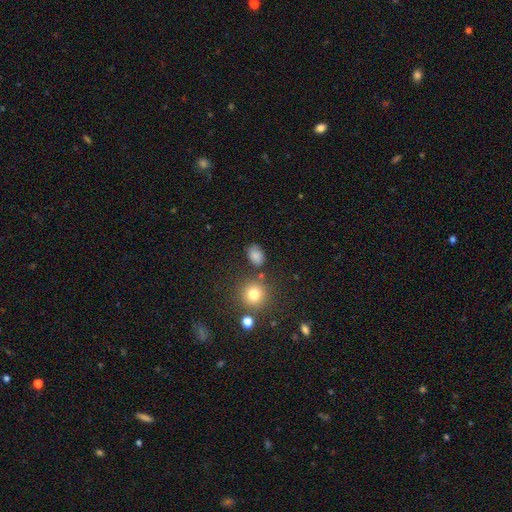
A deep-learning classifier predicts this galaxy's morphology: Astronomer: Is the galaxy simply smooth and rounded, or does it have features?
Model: smooth — 80%.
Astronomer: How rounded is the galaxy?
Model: in between — 69%.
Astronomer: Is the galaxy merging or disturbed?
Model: none — 76%.